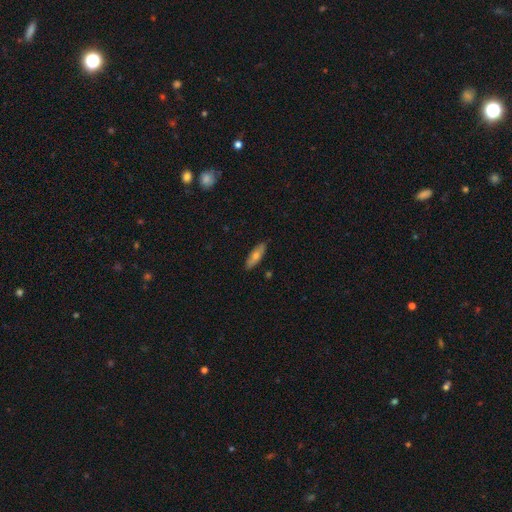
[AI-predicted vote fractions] Smooth or featured? smooth (59%)
How rounded? in between (50%)
Merging? none (88%)